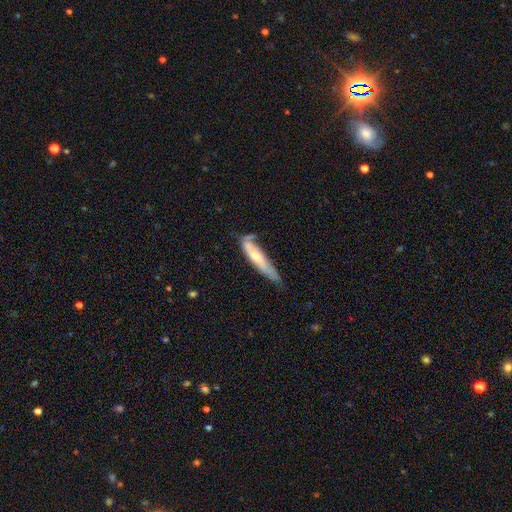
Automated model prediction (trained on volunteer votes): Smooth or featured?
  - smooth: 48% *
  - featured or disk: 46%
  - star or artifact: 6%
Merging?
  - none: 45% *
  - minor disturbance: 32%
  - major disturbance: 13%
  - merger: 10%